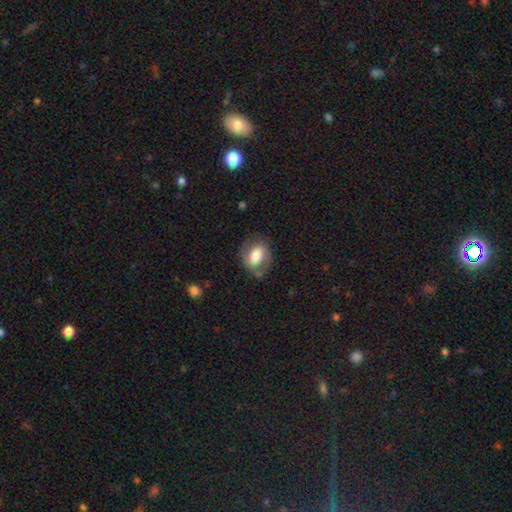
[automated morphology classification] Overall: smooth (52%; featured or disk 41%). How rounded: in between (72%). Merging: none (68%).